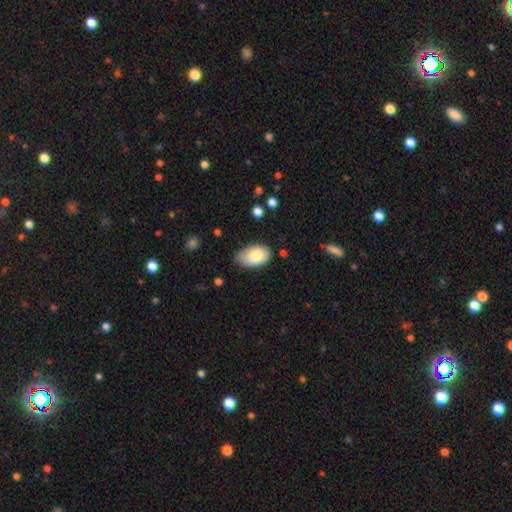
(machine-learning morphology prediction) A smooth galaxy with no disk features (83%) that is in between round and cigar-shaped (93%). Merging: none (67%).